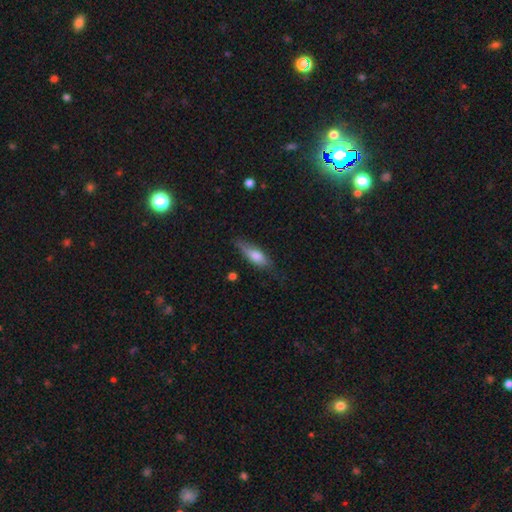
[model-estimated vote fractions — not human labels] Overall: smooth (65%; featured or disk 29%). How rounded: in between (49%; cigar-shaped 48%). Merging: none (67%).